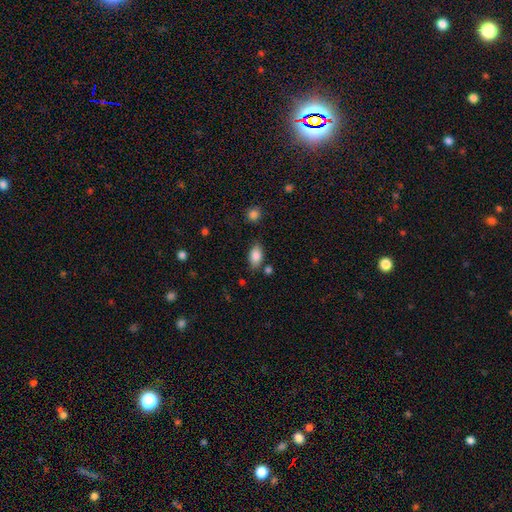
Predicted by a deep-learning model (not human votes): A smooth galaxy with no disk features (86%) that is in between round and cigar-shaped (91%).

Vote fractions:
- Smooth or featured? smooth: 86% / star or artifact: 8% / featured or disk: 7%
- How rounded? in between: 91% / round: 5% / cigar-shaped: 4%
- Merging? none: 78% / minor disturbance: 14% / merger: 5% / major disturbance: 4%